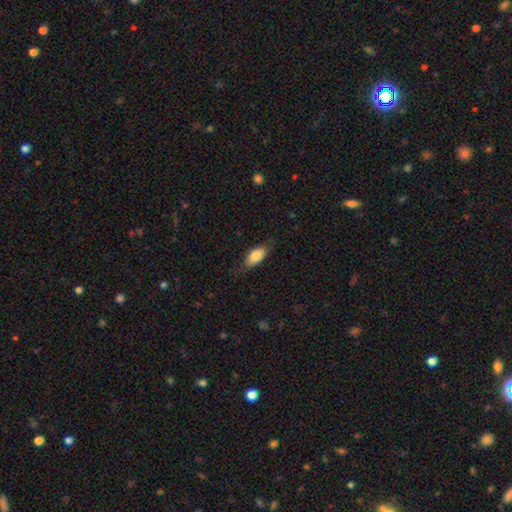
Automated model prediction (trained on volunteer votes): Morphology: type=smooth (81%); roundness=in between (85%); merging=none (75%).